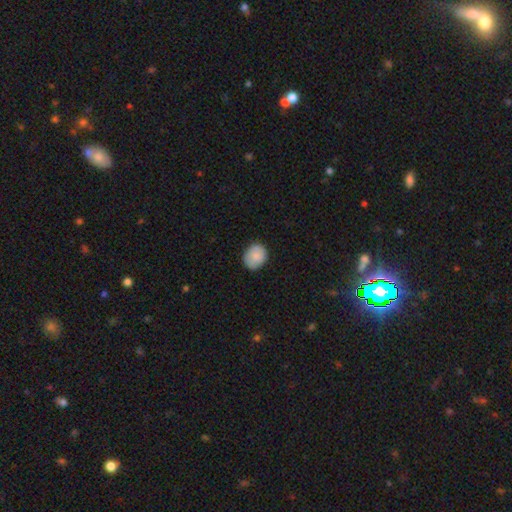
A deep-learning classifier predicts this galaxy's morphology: Smooth or featured?
  - smooth: 84% *
  - featured or disk: 9%
  - star or artifact: 7%
How rounded?
  - round: 64% *
  - in between: 35%
  - cigar-shaped: 1%
Merging?
  - none: 80% *
  - minor disturbance: 17%
  - major disturbance: 3%
  - merger: 1%